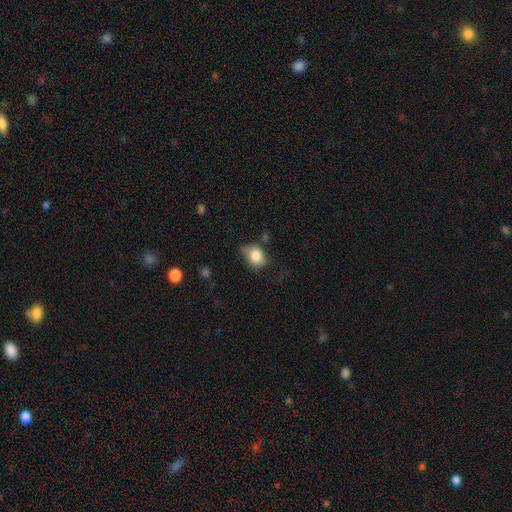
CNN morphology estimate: smooth-or-featured: smooth: 82% | featured or disk: 10% | star or artifact: 8%
  how-rounded: in between: 60% | round: 39% | cigar-shaped: 1%
  merging: none: 50% | minor disturbance: 34% | major disturbance: 12% | merger: 4%